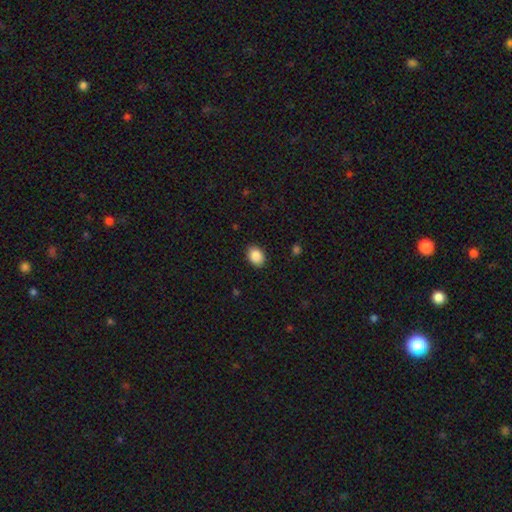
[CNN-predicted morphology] This is clearly a smooth galaxy (89%). How rounded: likely in between (69%). Merging: clearly none (89%).